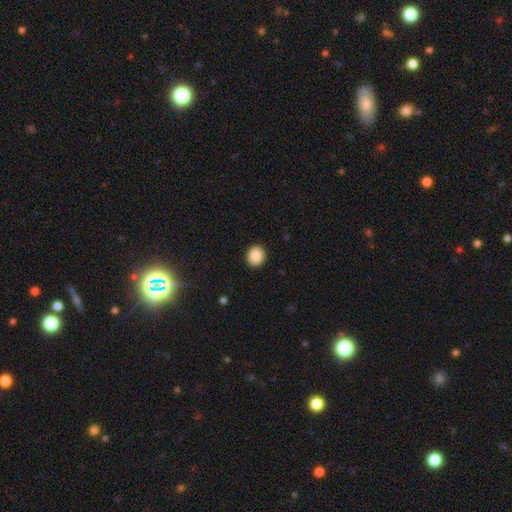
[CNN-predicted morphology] Smooth or featured? smooth (88%)
How rounded? round (75%)
Merging? none (92%)